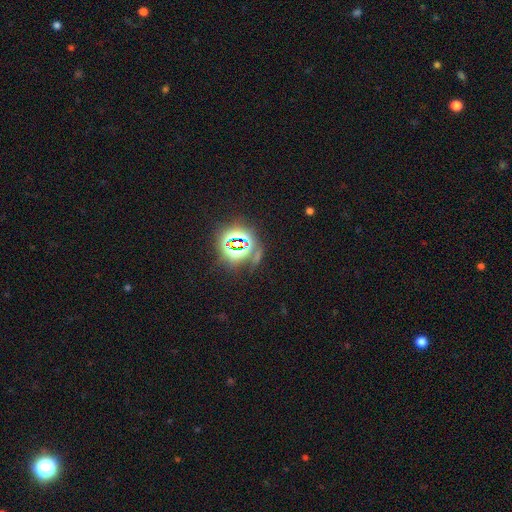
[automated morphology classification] type=star or artifact (77%).